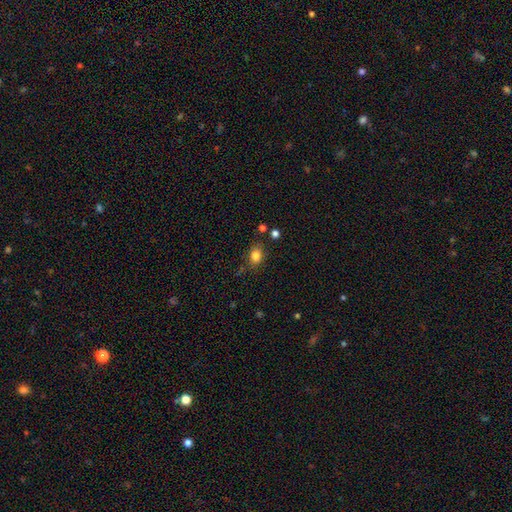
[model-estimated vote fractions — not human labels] smooth_or_featured: smooth (p=0.82) [alt: star or artifact p=0.11]
how_rounded: in between (p=0.59) [alt: round p=0.39]
merging: none (p=0.76) [alt: minor disturbance p=0.15]